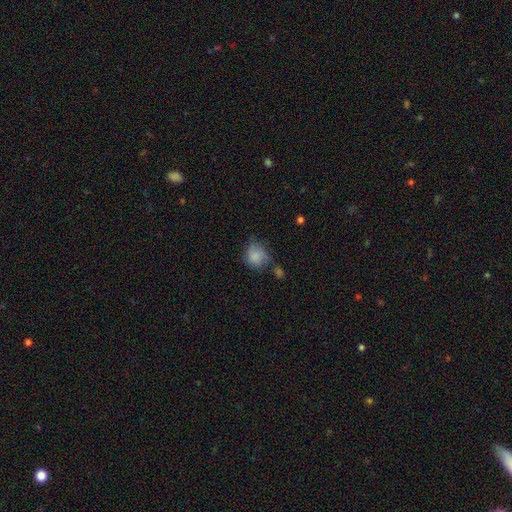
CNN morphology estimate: Smooth or featured?
  - smooth: 82% *
  - star or artifact: 9%
  - featured or disk: 9%
How rounded?
  - round: 68% *
  - in between: 31%
  - cigar-shaped: 1%
Merging?
  - none: 47% *
  - minor disturbance: 31%
  - major disturbance: 11%
  - merger: 10%